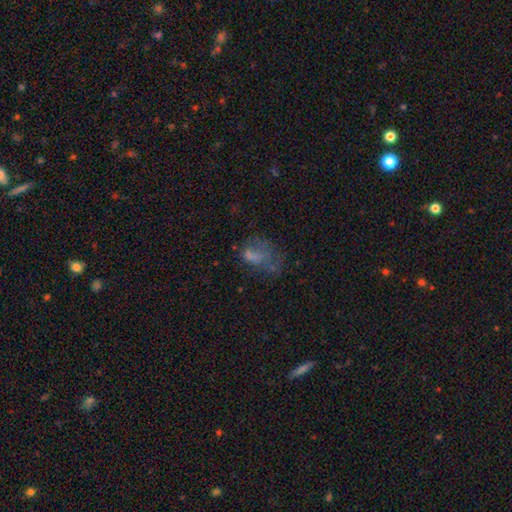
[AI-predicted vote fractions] smooth 51%, featured or disk 29%, star or artifact 20%. Down the decision tree: how rounded — in between (77%); merging — major disturbance (38%).